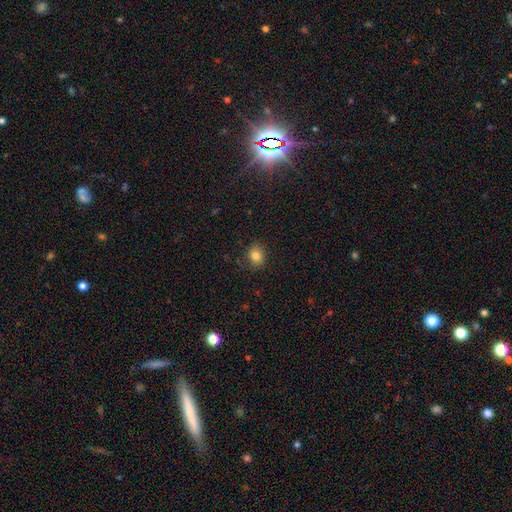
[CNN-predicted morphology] smooth-or-featured: smooth: 83% | star or artifact: 11% | featured or disk: 6%
  how-rounded: round: 52% | in between: 47% | cigar-shaped: 1%
  merging: none: 84% | minor disturbance: 12% | major disturbance: 3% | merger: 1%